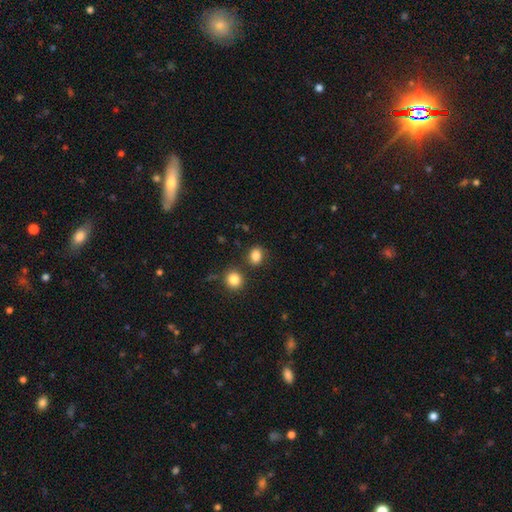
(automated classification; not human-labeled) Overall: smooth (85%). How rounded: in between (52%; round 47%). Merging: none (78%).